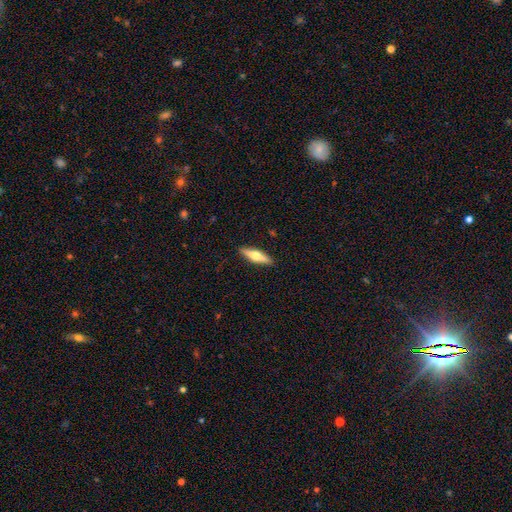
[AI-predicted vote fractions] Smooth or featured: featured or disk — 47% (tied with smooth — 47%)
Merging: none — 90% (minor disturbance — 7%)